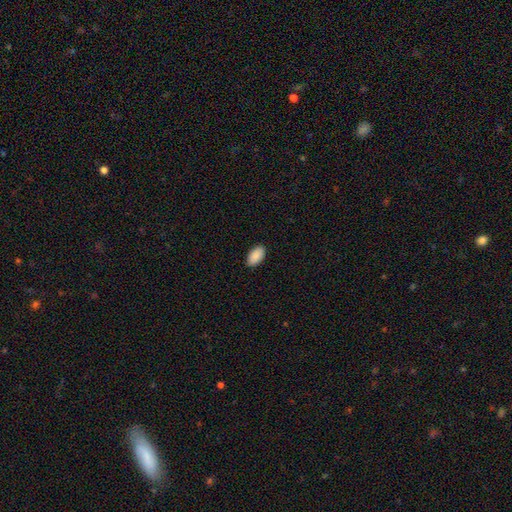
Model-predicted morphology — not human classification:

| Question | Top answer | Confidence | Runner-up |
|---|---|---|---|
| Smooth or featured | smooth | 90% | star or artifact (6%) |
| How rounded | in between | 95% | round (3%) |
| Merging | none | 89% | minor disturbance (9%) |